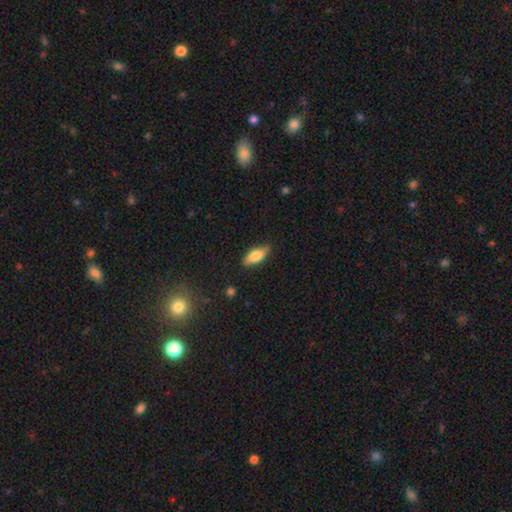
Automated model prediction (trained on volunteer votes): smooth 74%, featured or disk 19%, star or artifact 7%. Down the decision tree: how rounded — in between (75%); merging — none (80%).